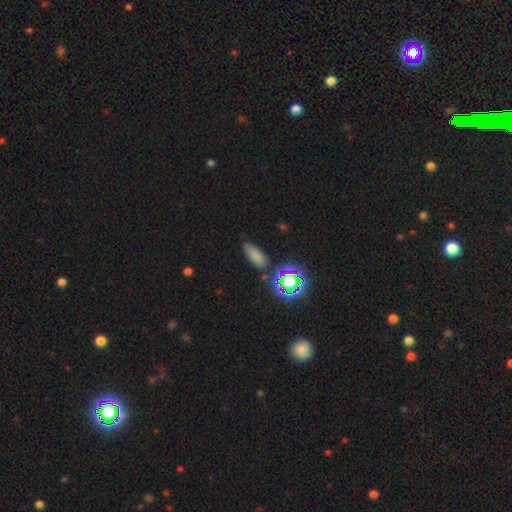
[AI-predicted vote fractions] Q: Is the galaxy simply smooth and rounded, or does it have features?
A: smooth — 71%.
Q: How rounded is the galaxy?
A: in between — 77%.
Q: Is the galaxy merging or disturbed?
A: none — 78%.